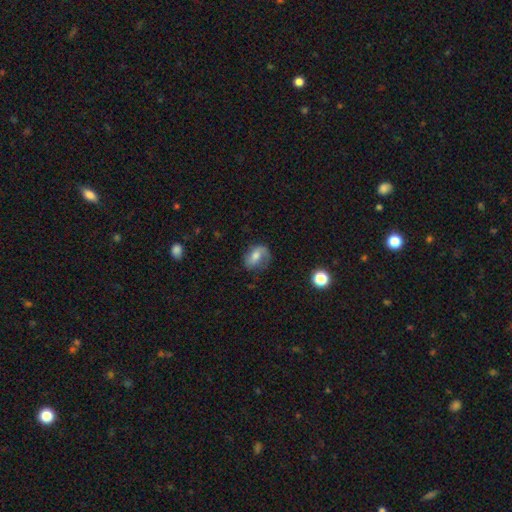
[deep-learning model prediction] Smooth or featured? Predicted: featured or disk (p=0.46). Merging? Predicted: none (p=0.60).